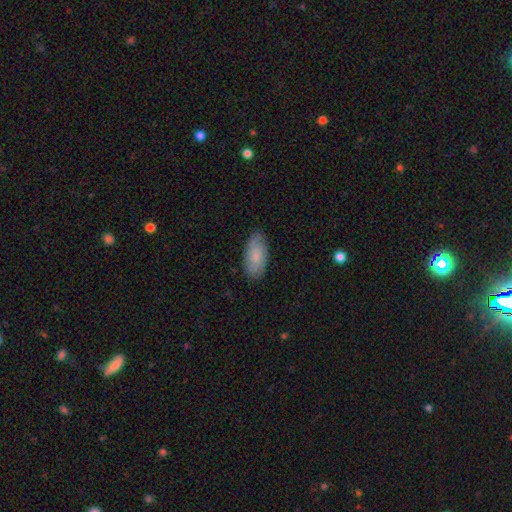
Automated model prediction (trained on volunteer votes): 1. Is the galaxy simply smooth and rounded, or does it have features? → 71% smooth, 22% featured or disk, 7% star or artifact.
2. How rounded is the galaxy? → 91% in between, 6% cigar-shaped, 2% round.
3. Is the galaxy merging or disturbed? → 82% none, 14% minor disturbance, 3% major disturbance, 1% merger.